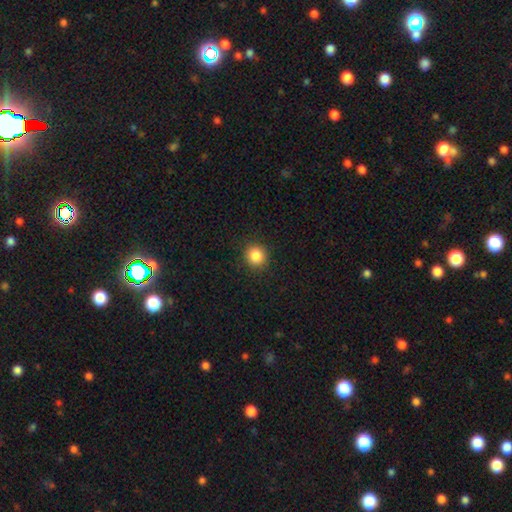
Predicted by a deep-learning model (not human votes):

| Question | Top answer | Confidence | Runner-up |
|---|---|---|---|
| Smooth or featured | smooth | 86% | star or artifact (10%) |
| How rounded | round | 90% | in between (9%) |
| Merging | none | 90% | minor disturbance (7%) |